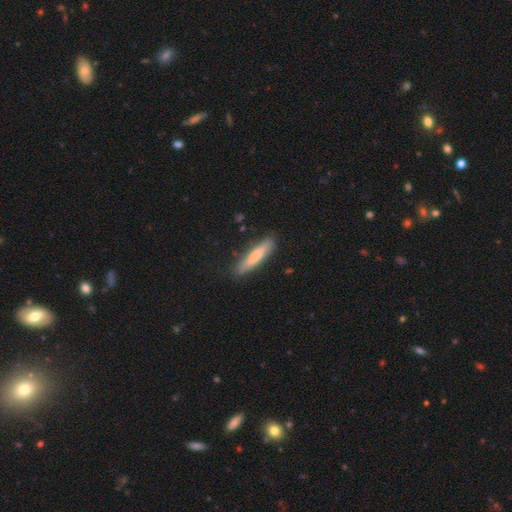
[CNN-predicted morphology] Smooth or featured?
  - smooth: 78% *
  - featured or disk: 16%
  - star or artifact: 6%
How rounded?
  - cigar-shaped: 86% *
  - in between: 13%
  - round: 1%
Merging?
  - none: 83% *
  - minor disturbance: 13%
  - major disturbance: 3%
  - merger: 2%